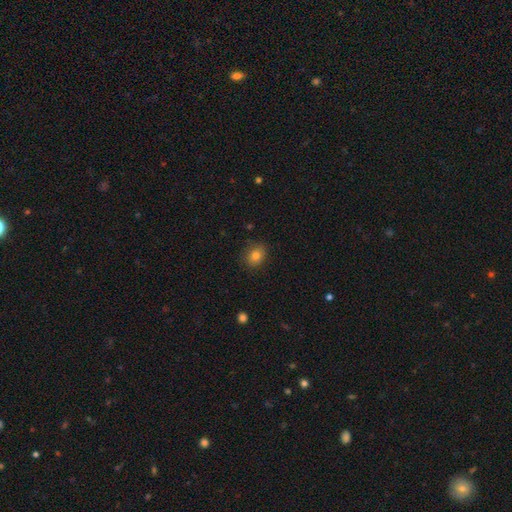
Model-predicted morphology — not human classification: Smooth or featured? smooth (81%)
How rounded? round (59%)
Merging? none (85%)